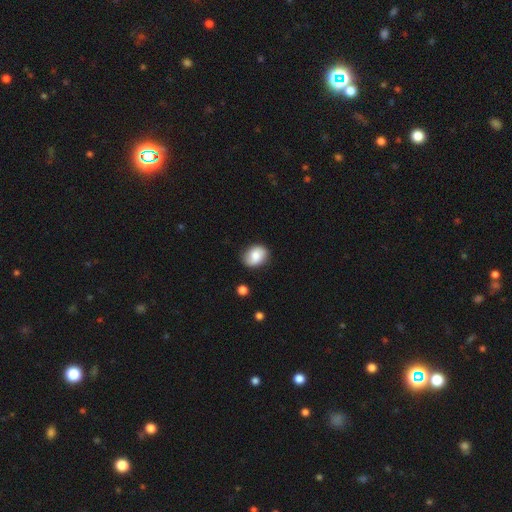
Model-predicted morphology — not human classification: Smooth or featured? smooth (75%)
How rounded? in between (61%)
Merging? none (79%)